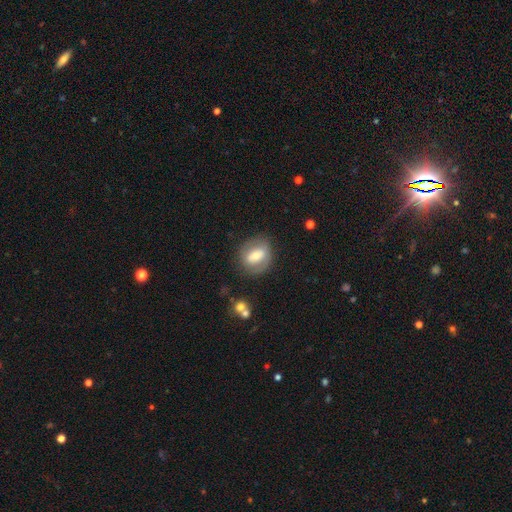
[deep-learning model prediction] Smooth or featured? featured or disk (48%)
Merging? none (77%)